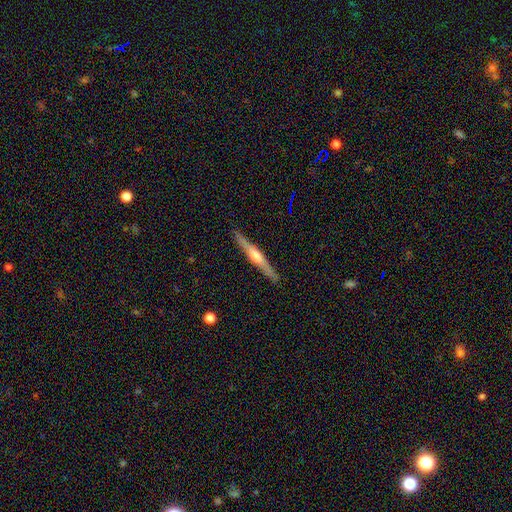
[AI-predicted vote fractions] Smooth or featured? featured or disk (73%)
Edge-on disk? yes (98%)
Edge-on bulge? rounded (85%)
Merging? none (91%)